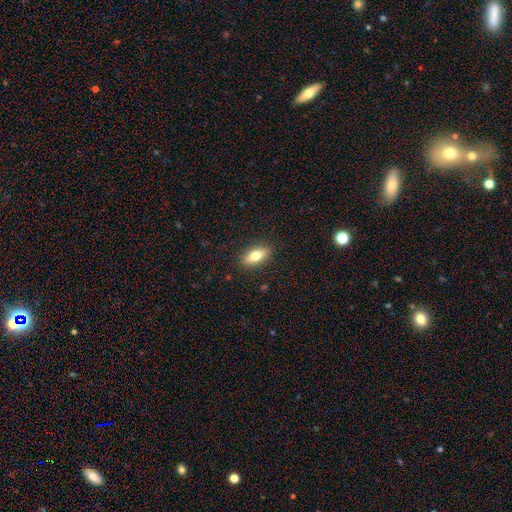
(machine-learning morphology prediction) Smooth or featured?
  - smooth: 72% *
  - featured or disk: 21%
  - star or artifact: 7%
How rounded?
  - in between: 78% *
  - cigar-shaped: 18%
  - round: 4%
Merging?
  - none: 88% *
  - minor disturbance: 9%
  - major disturbance: 2%
  - merger: 1%